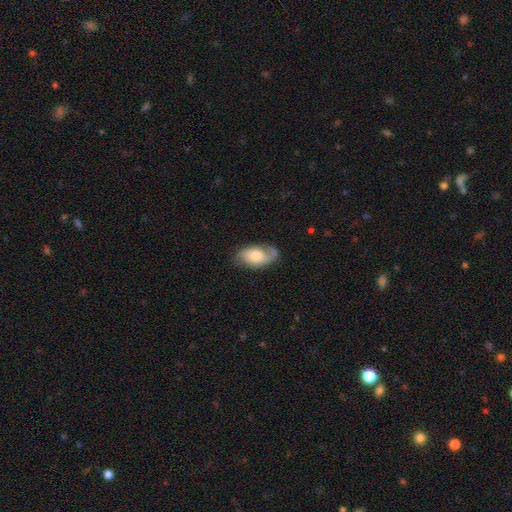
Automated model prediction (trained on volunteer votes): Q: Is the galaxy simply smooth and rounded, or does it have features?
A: featured or disk — 48%.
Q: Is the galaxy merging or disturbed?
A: none — 60%.